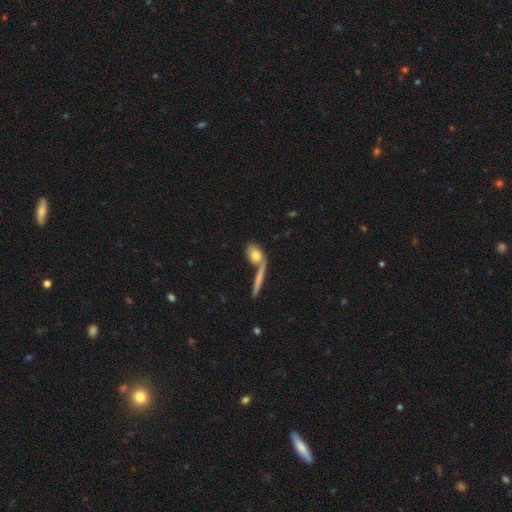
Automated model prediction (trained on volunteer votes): Smooth or featured?
  - smooth: 71% *
  - featured or disk: 22%
  - star or artifact: 7%
How rounded?
  - in between: 65% *
  - round: 18%
  - cigar-shaped: 17%
Merging?
  - none: 48% *
  - merger: 33%
  - minor disturbance: 12%
  - major disturbance: 7%